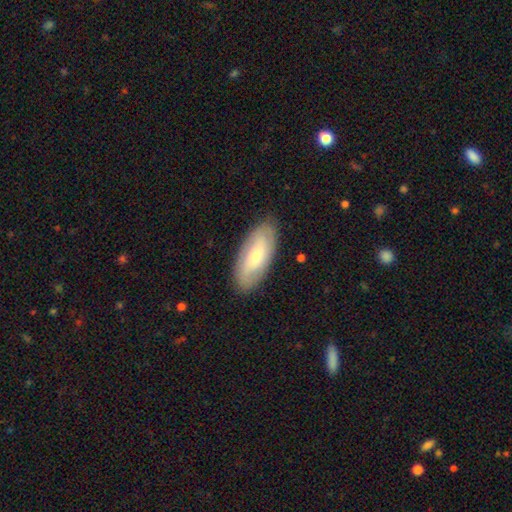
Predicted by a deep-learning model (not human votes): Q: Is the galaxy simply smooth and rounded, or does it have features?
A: smooth — 54%.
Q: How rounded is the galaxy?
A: in between — 83%.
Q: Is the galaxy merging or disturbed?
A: none — 85%.